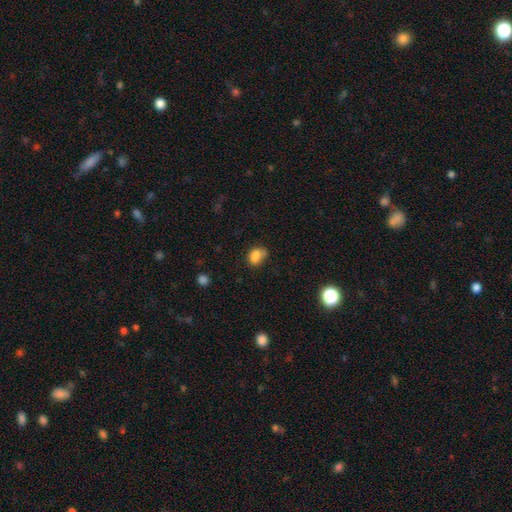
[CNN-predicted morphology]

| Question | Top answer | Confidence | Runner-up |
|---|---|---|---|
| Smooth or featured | smooth | 80% | star or artifact (11%) |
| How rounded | in between | 70% | round (29%) |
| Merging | none | 45% | minor disturbance (24%) |